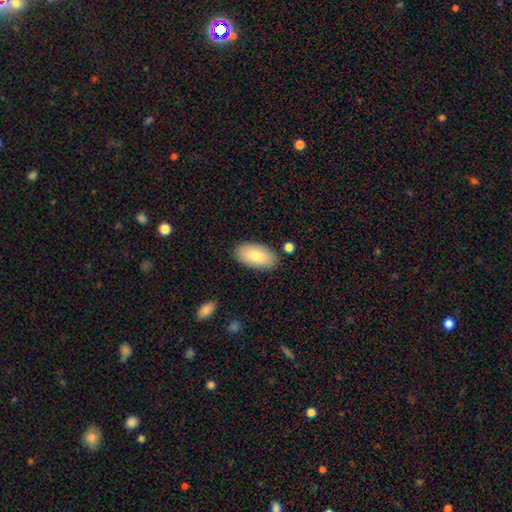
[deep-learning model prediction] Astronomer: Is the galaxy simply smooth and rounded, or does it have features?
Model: smooth — 81%.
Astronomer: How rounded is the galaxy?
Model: in between — 95%.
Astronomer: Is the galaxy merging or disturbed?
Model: none — 85%.